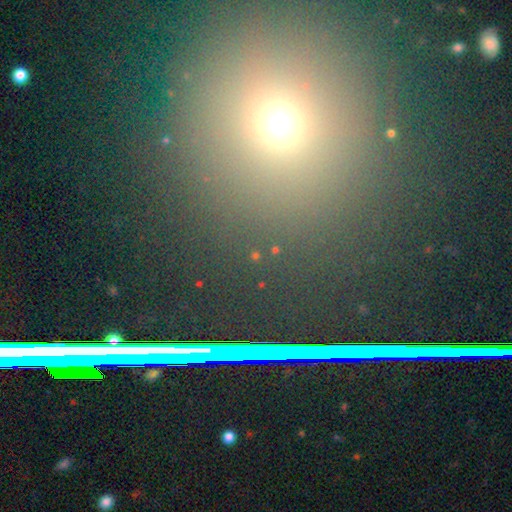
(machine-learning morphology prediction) smooth-or-featured: smooth: 47% | star or artifact: 43% | featured or disk: 10%
  merging: none: 86% | minor disturbance: 7% | major disturbance: 4% | merger: 3%